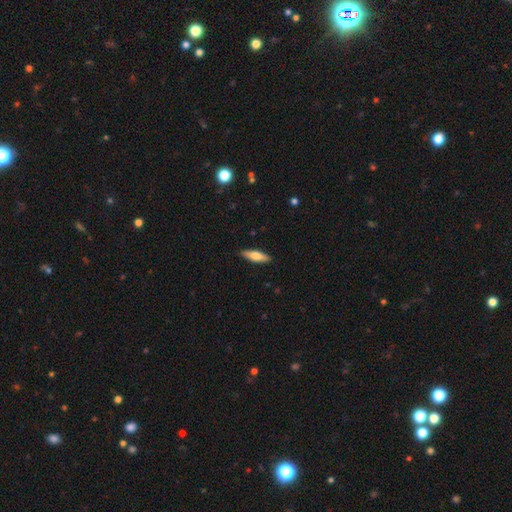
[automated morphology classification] Smooth or featured? smooth (64%)
How rounded? cigar-shaped (55%)
Merging? none (89%)